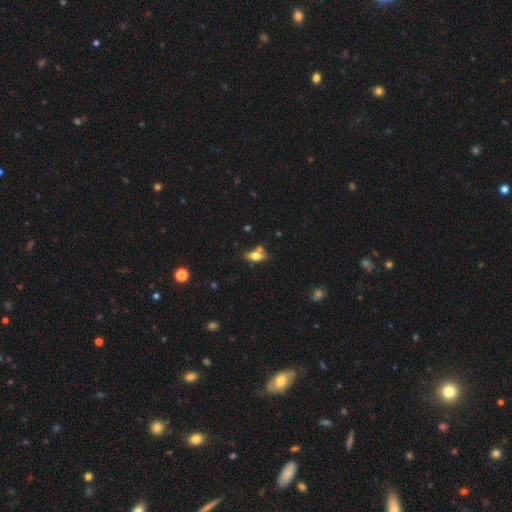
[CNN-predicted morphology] This appears to be a smooth galaxy with no disk features (61%) that is in between round and cigar-shaped (77%). Merging: none (59%).